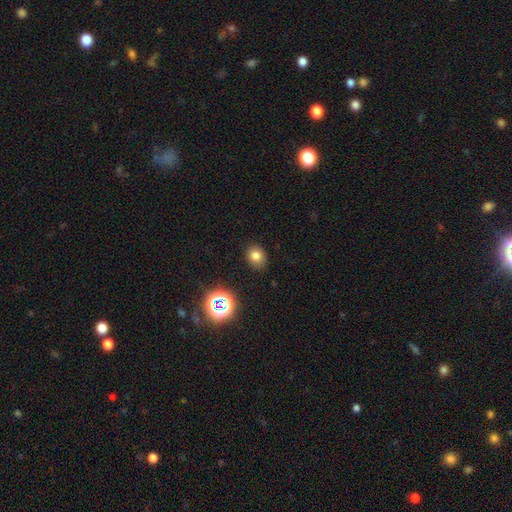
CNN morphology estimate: A smooth galaxy with no disk features (76%) that is round (52%). Merging: none (85%).